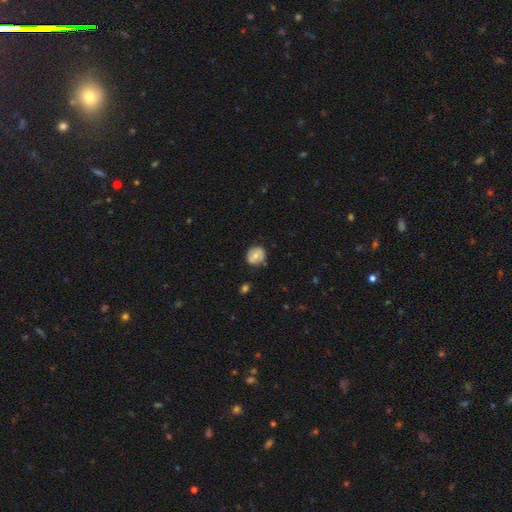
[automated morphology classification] This is possibly a smooth galaxy (59%). How rounded: likely round (74%). Merging: likely none (73%).